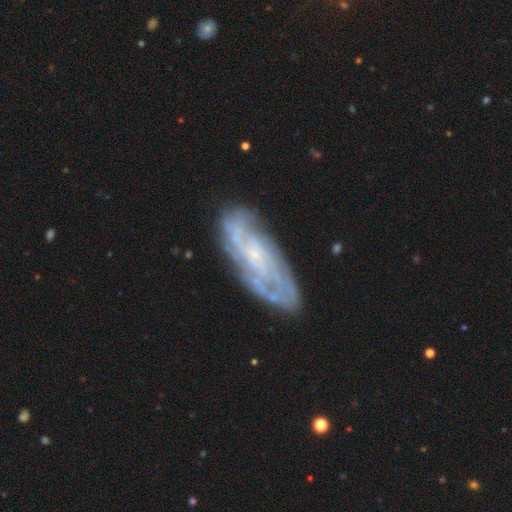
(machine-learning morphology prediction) type=featured or disk (71%); edge-on=no (83%); bar=no (69%); spiral arms=yes (78%); bulge=small (63%); merging=none (74%).